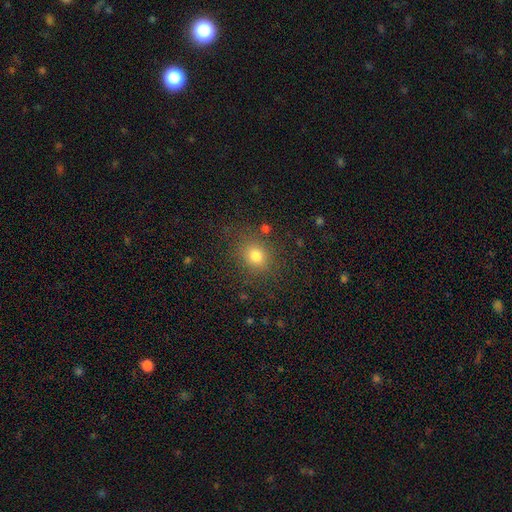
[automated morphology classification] Overall: smooth (77%). How rounded: round (68%; in between 31%). Merging: none (82%).